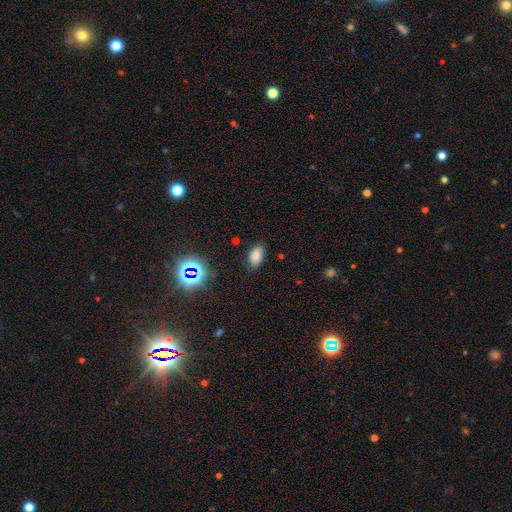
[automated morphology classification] This appears to be a smooth galaxy with no disk features (77%) that is in between round and cigar-shaped (92%). Merging: none (80%).